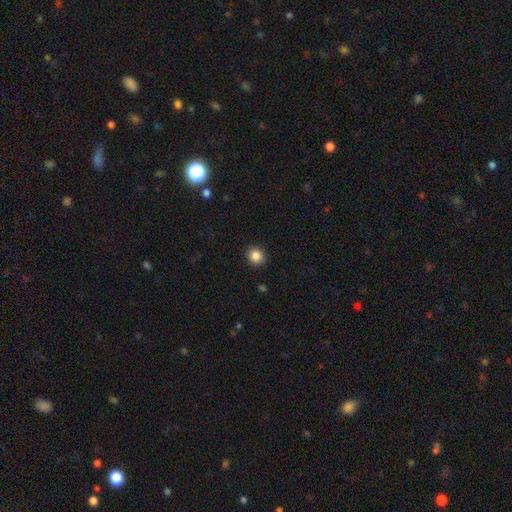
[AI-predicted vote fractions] Smooth or featured: smooth — 86% (star or artifact — 10%)
How rounded: round — 84% (in between — 15%)
Merging: none — 92% (minor disturbance — 6%)